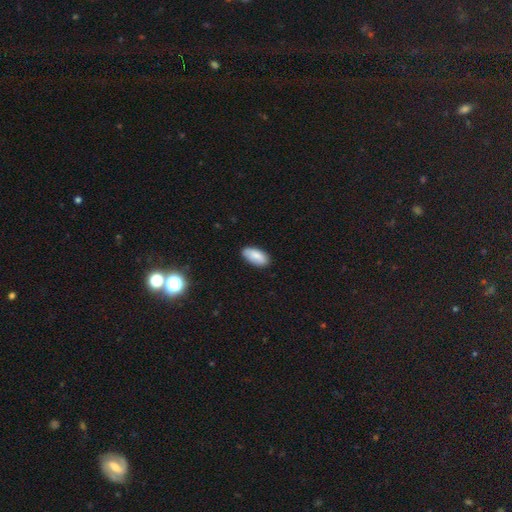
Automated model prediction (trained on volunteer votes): smooth 86%, featured or disk 8%, star or artifact 6%. Down the decision tree: how rounded — in between (92%); merging — none (85%).